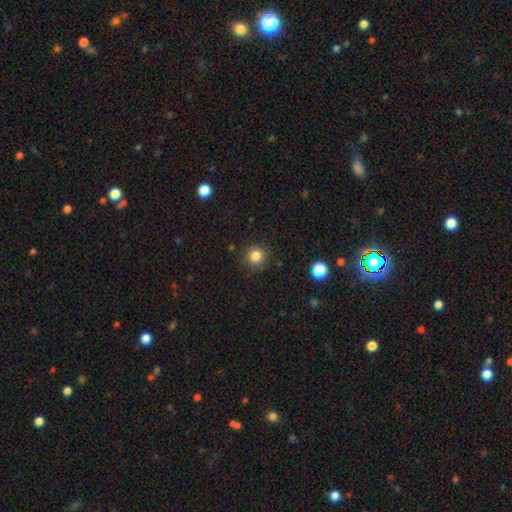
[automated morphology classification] Q: Smooth or featured?
A: smooth (84%); runner-up: star or artifact (12%)
Q: How rounded?
A: round (92%); runner-up: in between (7%)
Q: Merging?
A: none (89%); runner-up: minor disturbance (7%)